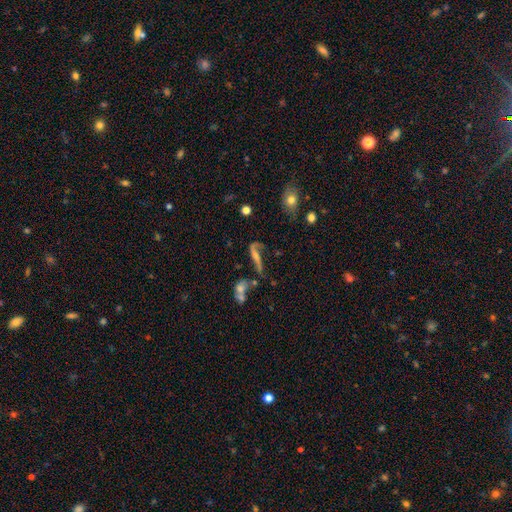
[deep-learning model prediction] featured or disk 65%, smooth 20%, star or artifact 15%. Down the decision tree: edge-on disk — no (73%); merging — none (39%).